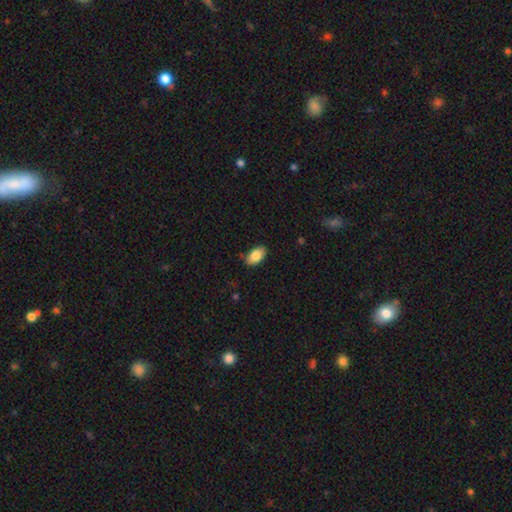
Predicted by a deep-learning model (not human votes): Smooth or featured?
  - smooth: 86% *
  - featured or disk: 8%
  - star or artifact: 7%
How rounded?
  - in between: 94% *
  - round: 4%
  - cigar-shaped: 2%
Merging?
  - none: 83% *
  - minor disturbance: 13%
  - major disturbance: 2%
  - merger: 1%